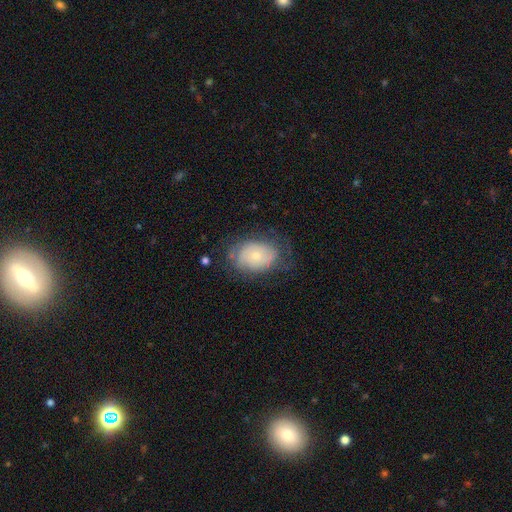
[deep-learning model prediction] A featured or disk galaxy (49%).

Vote fractions:
- Smooth or featured? featured or disk: 49% / smooth: 43% / star or artifact: 8%
- Merging? none: 60% / minor disturbance: 25% / major disturbance: 13% / merger: 2%